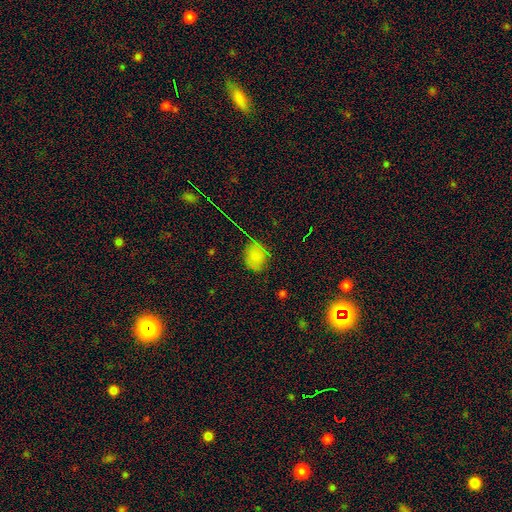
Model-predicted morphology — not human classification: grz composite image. It shows a smooth galaxy with no disk features (69%) that is round (64%). Merging: none (65%).